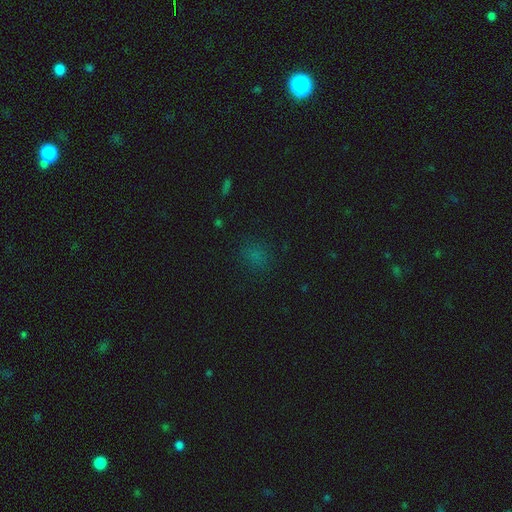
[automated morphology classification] A smooth galaxy with no disk features (65%) that is round (67%).

Vote fractions:
- Smooth or featured? smooth: 65% / star or artifact: 28% / featured or disk: 7%
- How rounded? round: 67% / in between: 31% / cigar-shaped: 2%
- Merging? none: 80% / minor disturbance: 13% / major disturbance: 5% / merger: 2%